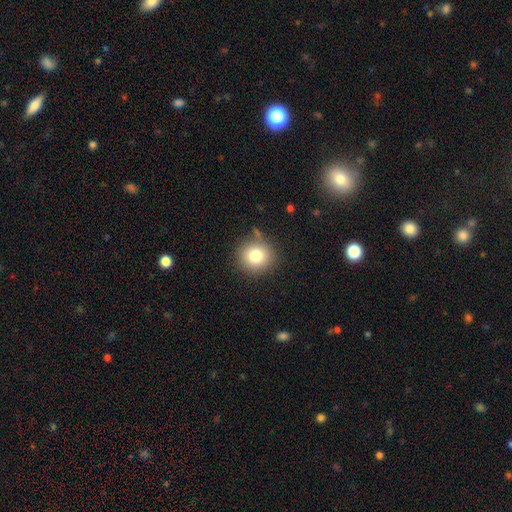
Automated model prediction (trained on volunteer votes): Morphology: type=smooth (80%); roundness=round (88%); merging=none (81%).